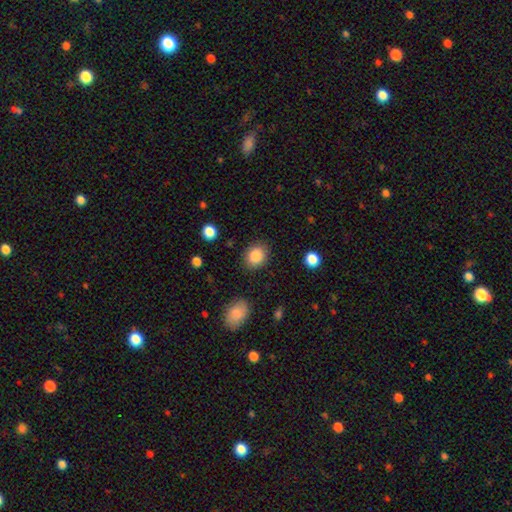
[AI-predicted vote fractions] A smooth galaxy with no disk features (86%) that is round (60%). Merging: none (85%).